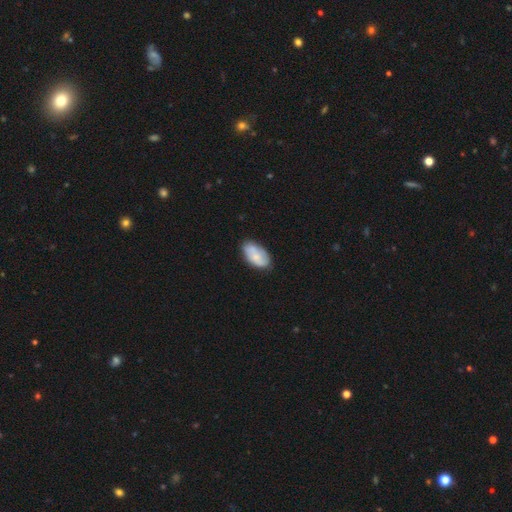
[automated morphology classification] Smooth or featured?
  - smooth: 65% *
  - featured or disk: 29%
  - star or artifact: 6%
How rounded?
  - in between: 94% *
  - round: 4%
  - cigar-shaped: 2%
Merging?
  - none: 69% *
  - minor disturbance: 23%
  - major disturbance: 5%
  - merger: 3%